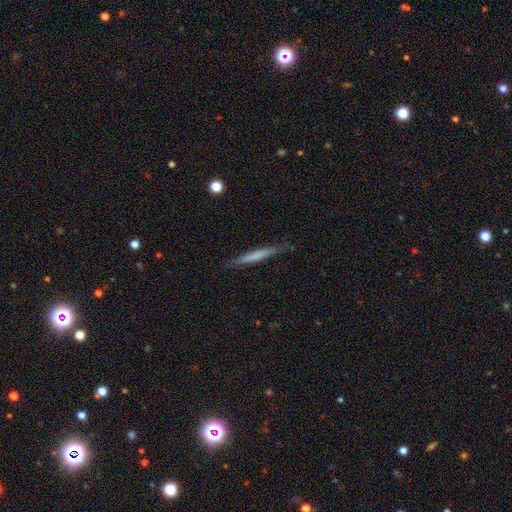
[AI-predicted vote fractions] smooth-or-featured: smooth: 59% | featured or disk: 35% | star or artifact: 6%
  how-rounded: cigar-shaped: 96% | in between: 3% | round: 1%
  merging: none: 87% | minor disturbance: 10% | major disturbance: 2% | merger: 1%